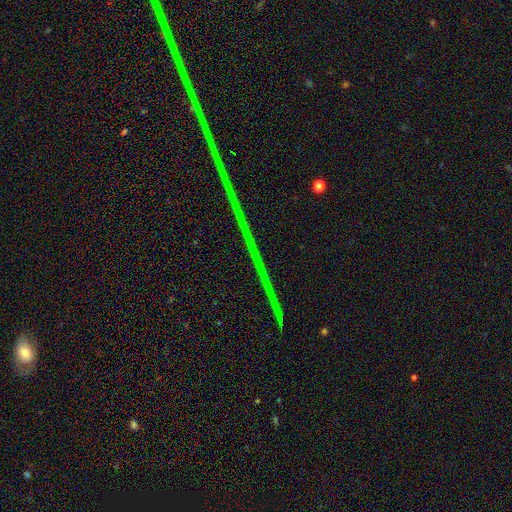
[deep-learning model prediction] Smooth or featured? star or artifact (88%)